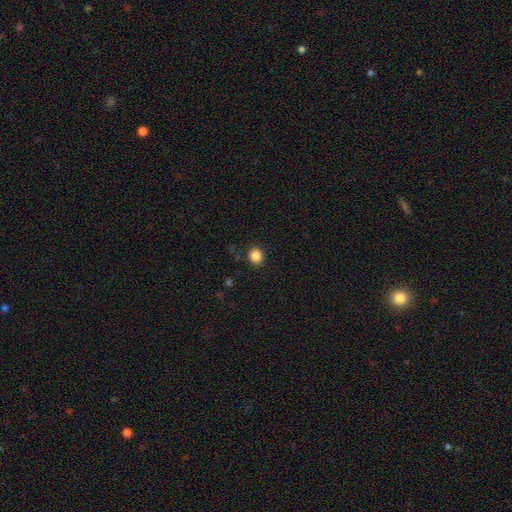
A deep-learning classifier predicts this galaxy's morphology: The model was most divided on "how rounded": round: 87%, in between: 12%, cigar-shaped: 1%. More confident: merging — none (91%); smooth or featured — smooth (86%).